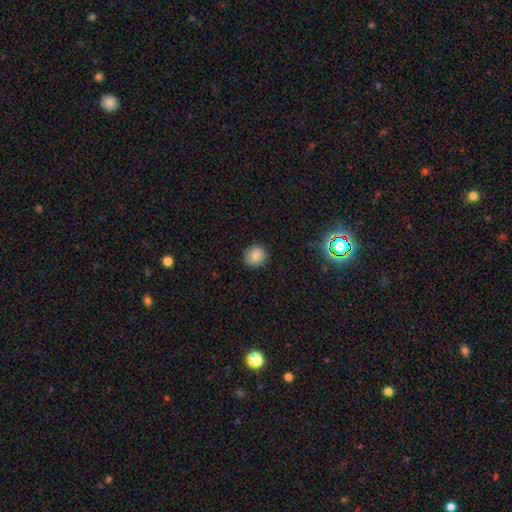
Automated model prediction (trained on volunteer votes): This is clearly a smooth galaxy (85%). How rounded: clearly round (86%). Merging: clearly none (88%).